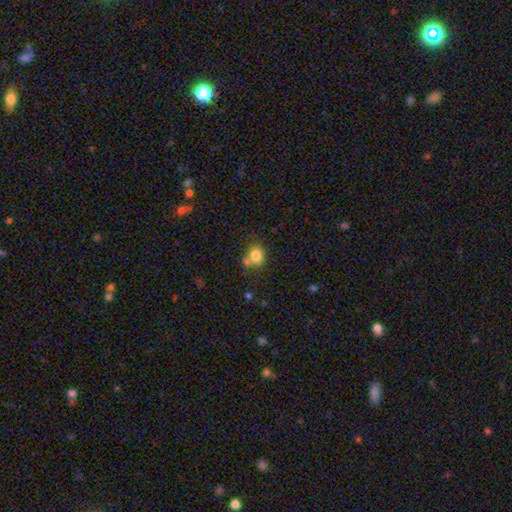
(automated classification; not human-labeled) Smooth or featured? Predicted: smooth (p=0.81). How rounded? Predicted: round (p=0.54). Merging? Predicted: none (p=0.57).